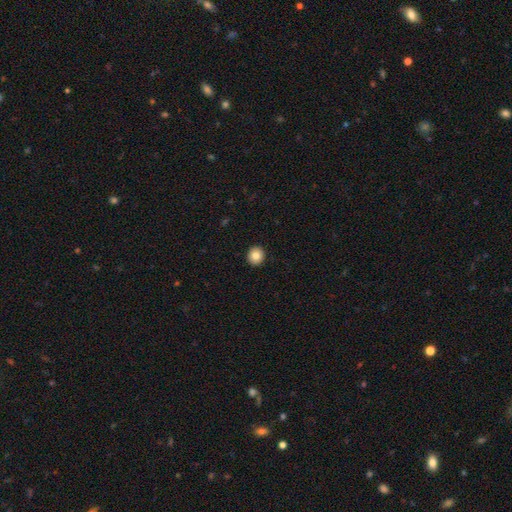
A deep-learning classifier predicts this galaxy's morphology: smooth_or_featured: smooth (p=0.83) [alt: star or artifact p=0.09]
how_rounded: round (p=0.89) [alt: in between p=0.10]
merging: none (p=0.93) [alt: minor disturbance p=0.04]